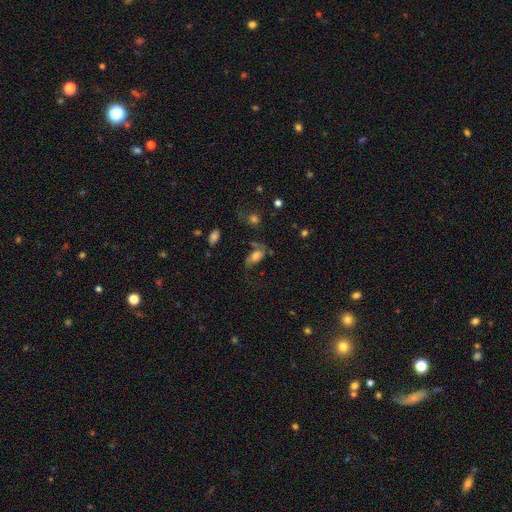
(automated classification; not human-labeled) smooth 49%, featured or disk 38%, star or artifact 13%. Down the decision tree: merging — none (38%).